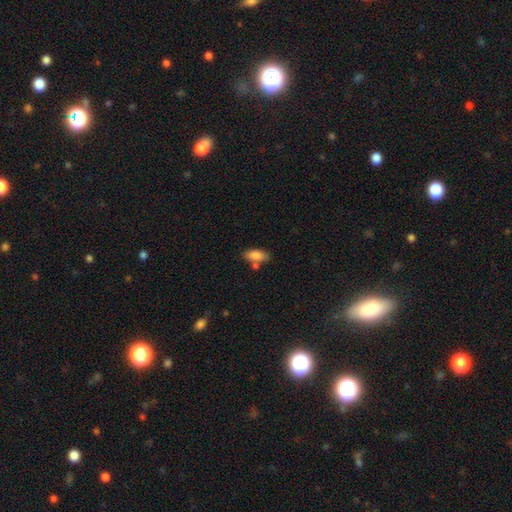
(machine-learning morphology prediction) Smooth or featured? smooth (84%)
How rounded? in between (85%)
Merging? none (64%)